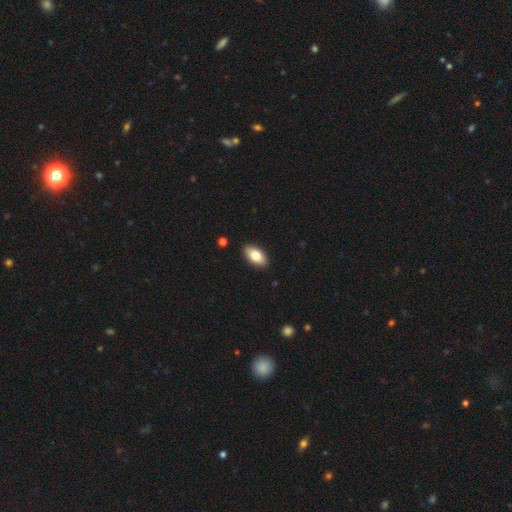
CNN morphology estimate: This is likely a smooth galaxy (80%). How rounded: clearly in between (93%). Merging: clearly none (90%).